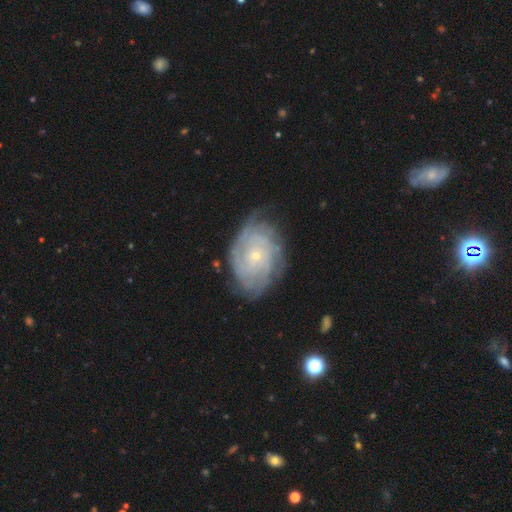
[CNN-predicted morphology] type=featured or disk (82%); edge-on=no (96%); bar=no (80%); spiral arms=yes (94%); winding=tight (75%); arm count=can't tell (42%); bulge=small (80%); merging=none (72%).